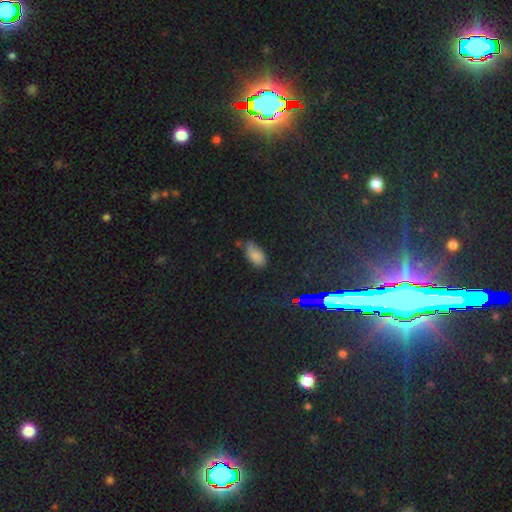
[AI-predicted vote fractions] A smooth galaxy with no disk features (74%) that is in between round and cigar-shaped (92%).

Vote fractions:
- Smooth or featured? smooth: 74% / star or artifact: 16% / featured or disk: 10%
- How rounded? in between: 92% / cigar-shaped: 4% / round: 4%
- Merging? none: 52% / minor disturbance: 35% / major disturbance: 9% / merger: 4%